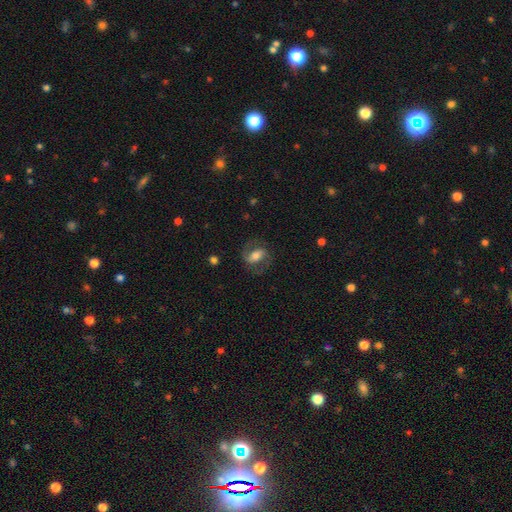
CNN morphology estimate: A featured or disk galaxy (56%) with a strong bar (40%), spiral arms (83%) and a moderate central bulge (50%). Merging: none (72%).